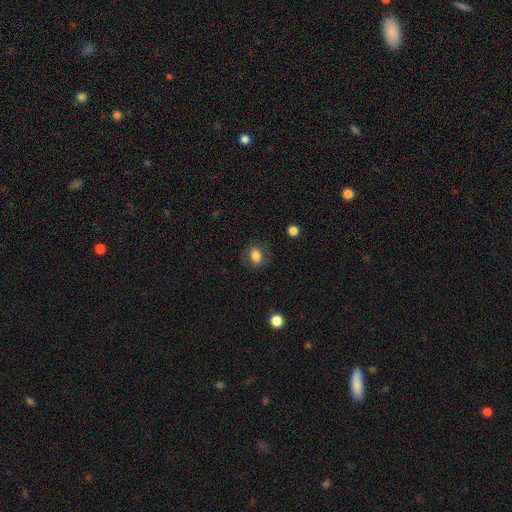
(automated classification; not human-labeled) Smooth or featured: smooth — 81% (star or artifact — 10%)
How rounded: round — 51% (in between — 48%)
Merging: none — 80% (minor disturbance — 13%)